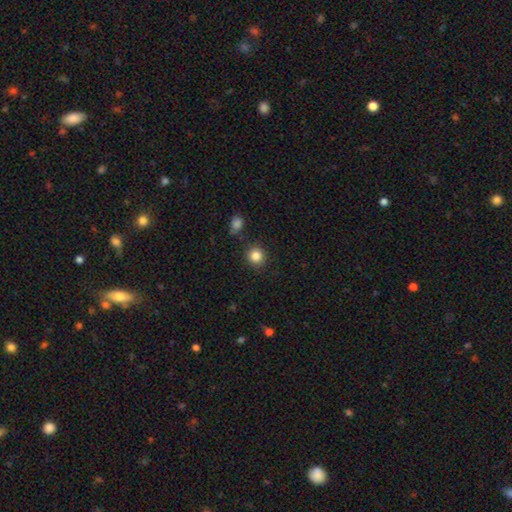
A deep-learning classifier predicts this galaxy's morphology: This appears to be a smooth galaxy with no disk features (85%) that is round (91%). Merging: none (88%).